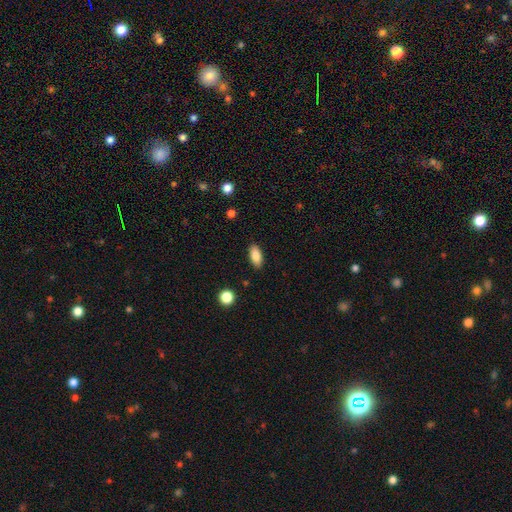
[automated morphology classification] A smooth galaxy with no disk features (87%) that is in between round and cigar-shaped (88%). Merging: none (88%).